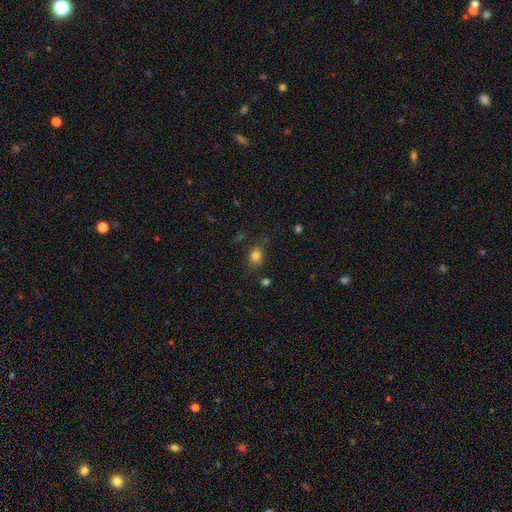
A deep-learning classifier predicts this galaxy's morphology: Overall: smooth (81%). How rounded: in between (58%; round 40%). Merging: none (73%).